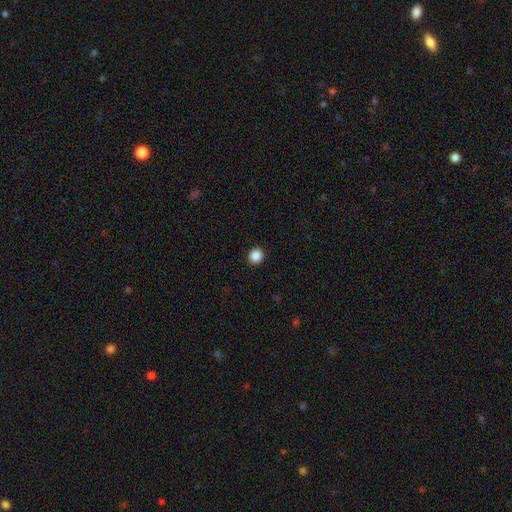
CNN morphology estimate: smooth_or_featured: smooth (p=0.87) [alt: star or artifact p=0.10]
how_rounded: round (p=0.90) [alt: in between p=0.09]
merging: none (p=0.93) [alt: minor disturbance p=0.04]